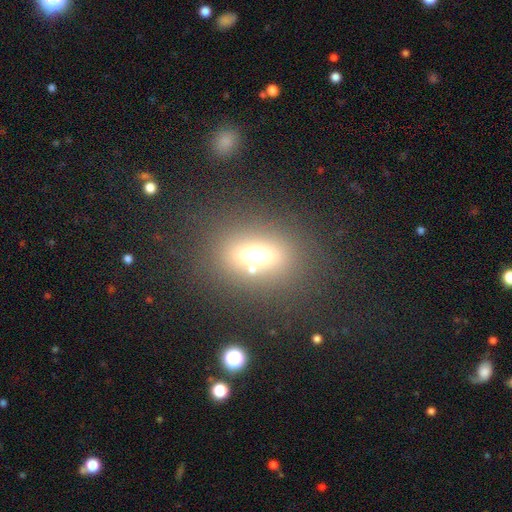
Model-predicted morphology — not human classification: Q: Smooth or featured?
A: smooth (58%); runner-up: star or artifact (23%)
Q: How rounded?
A: in between (62%); runner-up: round (32%)
Q: Merging?
A: none (78%); runner-up: minor disturbance (10%)